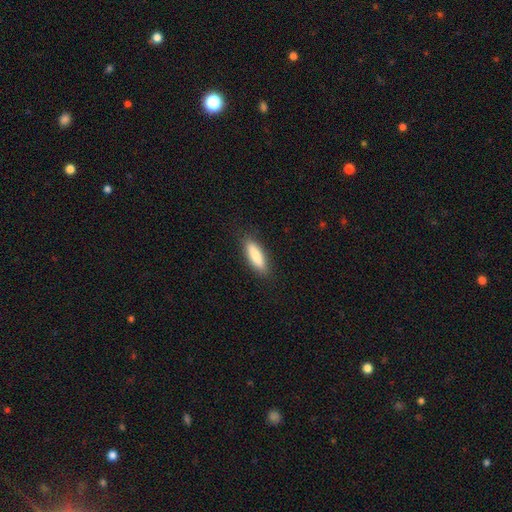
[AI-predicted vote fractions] This appears to be a smooth galaxy with no disk features (84%) that is cigar-shaped (63%). Merging: none (87%).